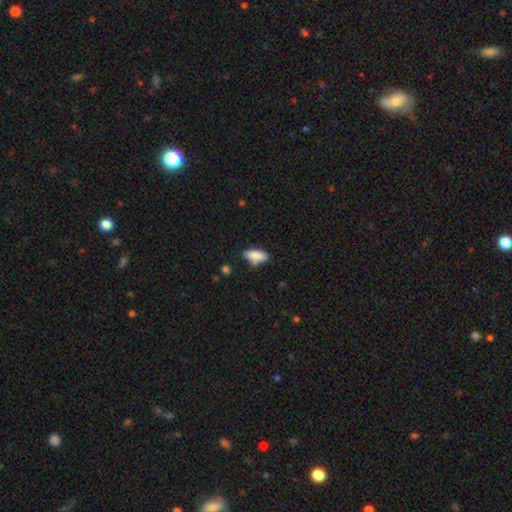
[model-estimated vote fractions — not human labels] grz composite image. It shows a smooth galaxy with no disk features (85%) that is in between round and cigar-shaped (78%). Merging: none (66%).